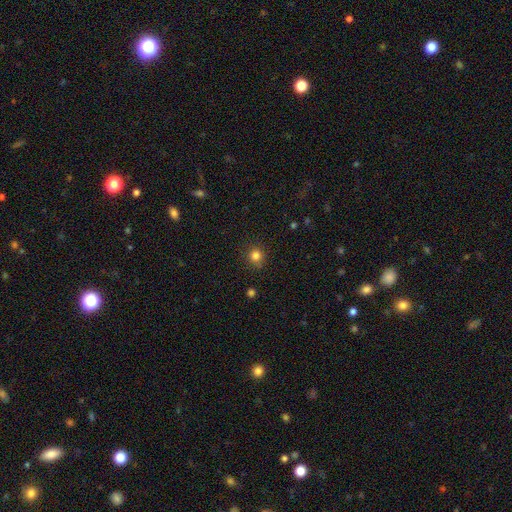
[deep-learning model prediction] smooth 82%, star or artifact 13%, featured or disk 5%. Down the decision tree: how rounded — round (89%); merging — none (86%).